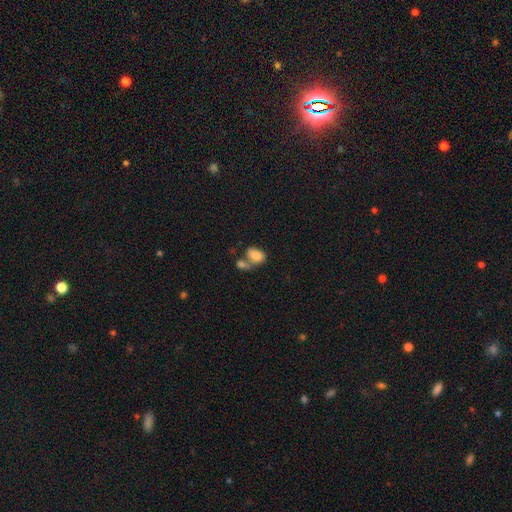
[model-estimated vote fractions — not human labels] Smooth or featured: smooth — 80% (featured or disk — 11%)
How rounded: in between — 84% (round — 14%)
Merging: merger — 56% (none — 26%)